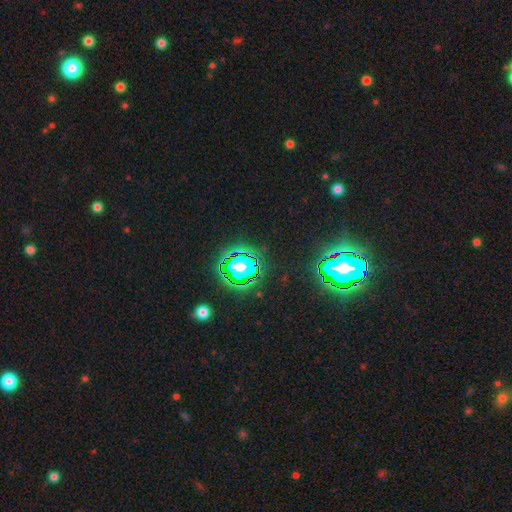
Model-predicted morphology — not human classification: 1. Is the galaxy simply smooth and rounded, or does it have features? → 84% star or artifact, 10% smooth, 6% featured or disk.